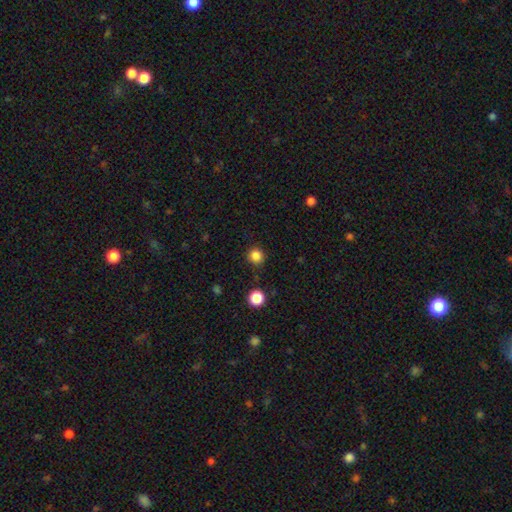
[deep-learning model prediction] Smooth or featured?
  - smooth: 84% *
  - star or artifact: 13%
  - featured or disk: 3%
How rounded?
  - round: 93% *
  - in between: 6%
  - cigar-shaped: 1%
Merging?
  - none: 88% *
  - minor disturbance: 8%
  - major disturbance: 2%
  - merger: 2%